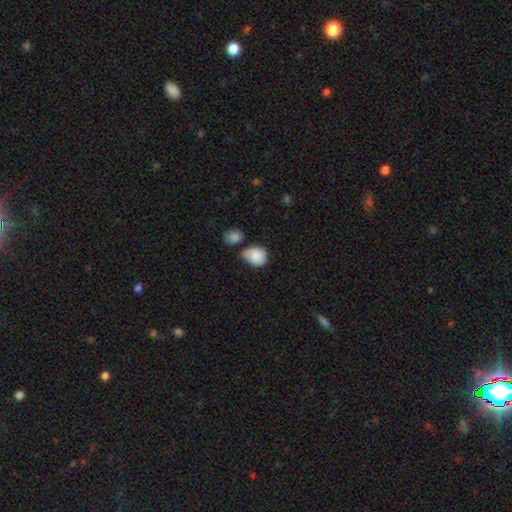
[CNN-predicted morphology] A smooth galaxy with no disk features (82%) that is round (59%). Merging: none (43%).